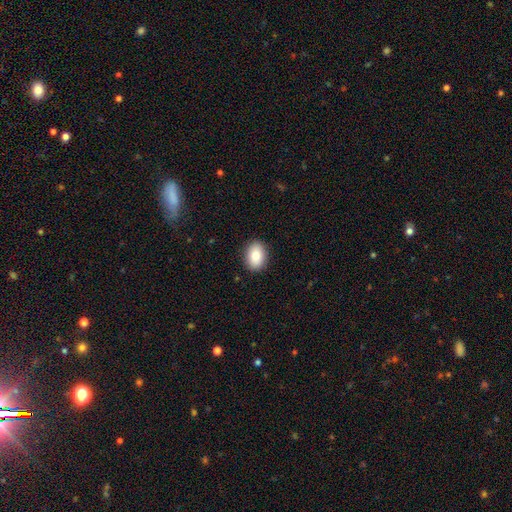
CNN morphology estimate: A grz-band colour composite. It shows a smooth galaxy with no disk features (82%) that is in between round and cigar-shaped (75%). Merging: none (90%).